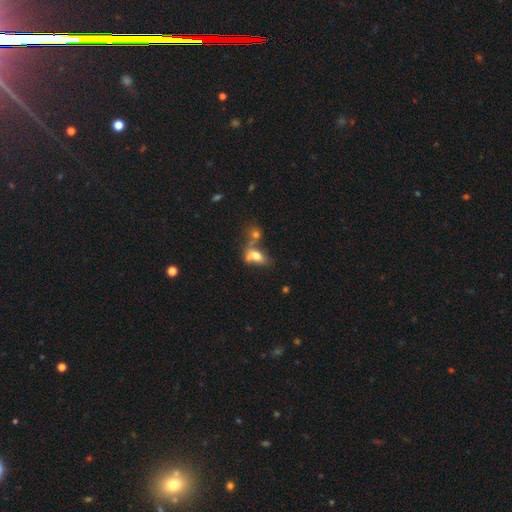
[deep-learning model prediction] smooth 67%, featured or disk 22%, star or artifact 11%. Down the decision tree: how rounded — in between (83%); merging — merger (47%).